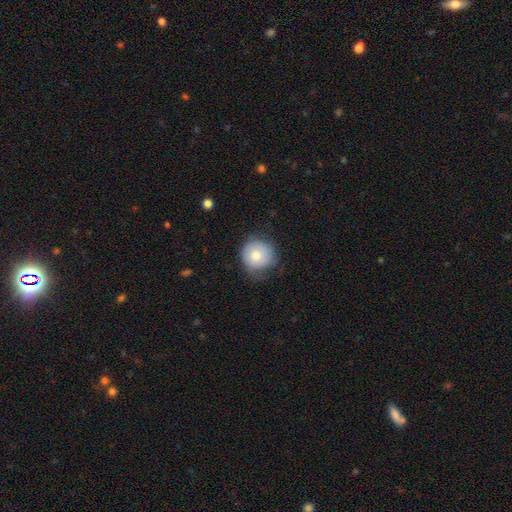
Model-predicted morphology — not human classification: A smooth galaxy with no disk features (72%) that is round (91%). Merging: none (58%).